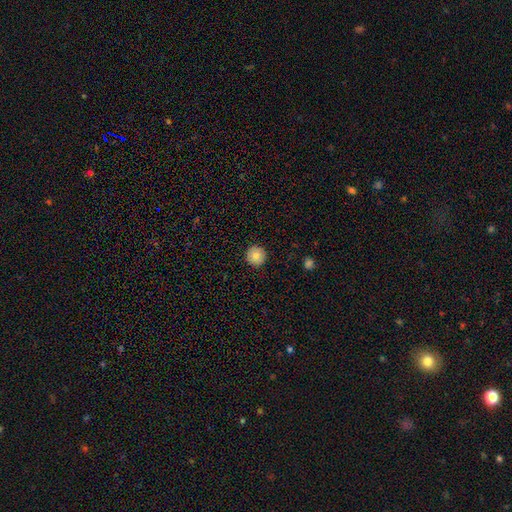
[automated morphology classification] smooth-or-featured: smooth: 83% | star or artifact: 9% | featured or disk: 8%
  how-rounded: round: 96% | in between: 4% | cigar-shaped: 1%
  merging: none: 92% | minor disturbance: 5% | major disturbance: 1% | merger: 1%